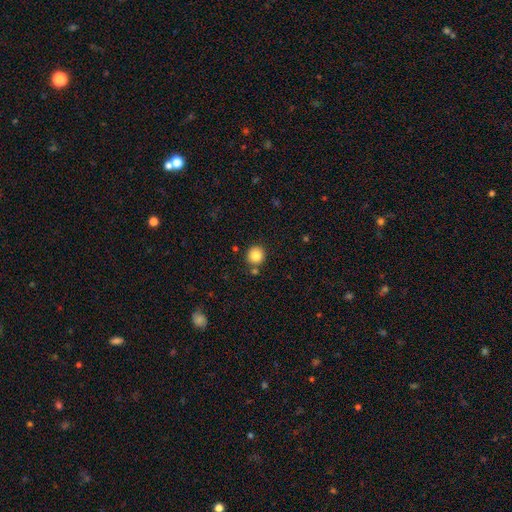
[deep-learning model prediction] Smooth or featured? smooth (85%)
How rounded? round (92%)
Merging? none (80%)